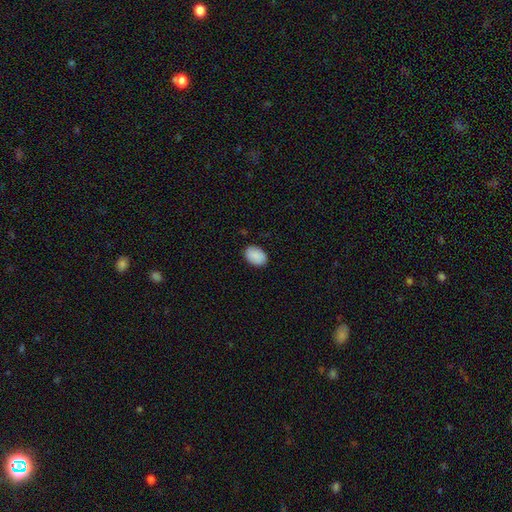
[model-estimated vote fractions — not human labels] This is clearly a smooth galaxy (89%). How rounded: clearly in between (82%). Merging: clearly none (85%).